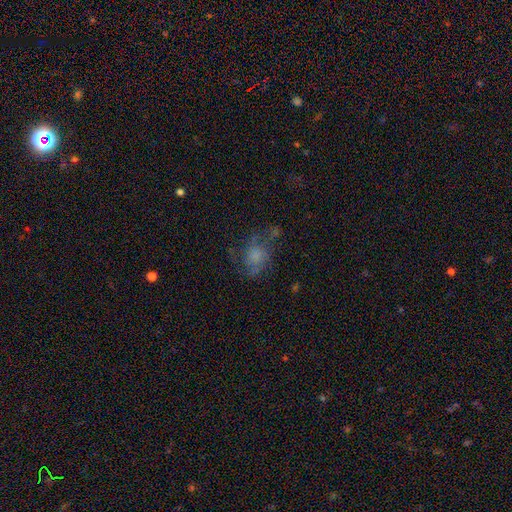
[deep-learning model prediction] A smooth galaxy with no disk features (44%).

Vote fractions:
- Smooth or featured? smooth: 44% / featured or disk: 42% / star or artifact: 14%
- Merging? none: 48% / major disturbance: 26% / minor disturbance: 23% / merger: 3%